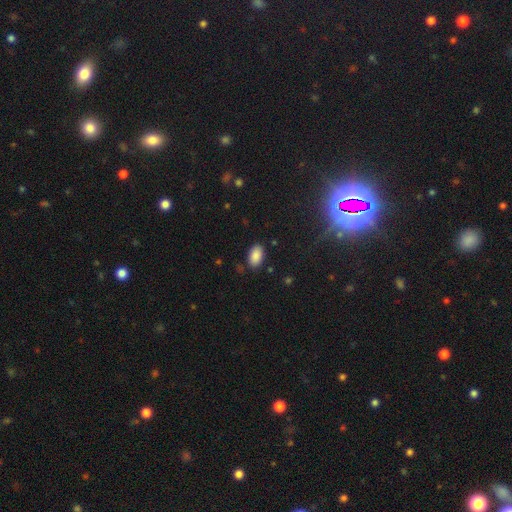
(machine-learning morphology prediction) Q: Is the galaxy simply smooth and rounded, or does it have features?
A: smooth — 87%.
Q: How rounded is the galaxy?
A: in between — 93%.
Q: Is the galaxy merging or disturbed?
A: none — 85%.